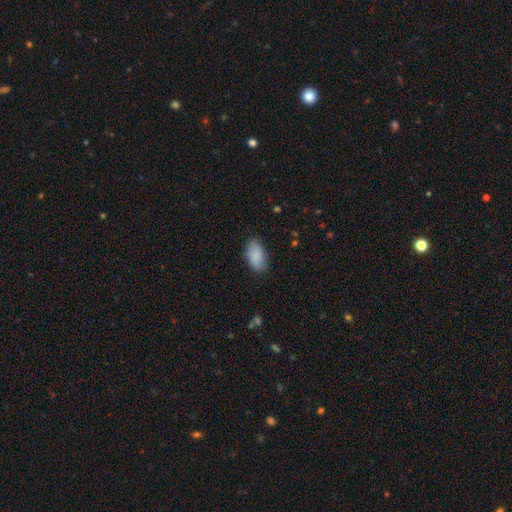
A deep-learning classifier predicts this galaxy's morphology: This is clearly a smooth galaxy (88%). How rounded: clearly in between (94%). Merging: clearly none (83%).